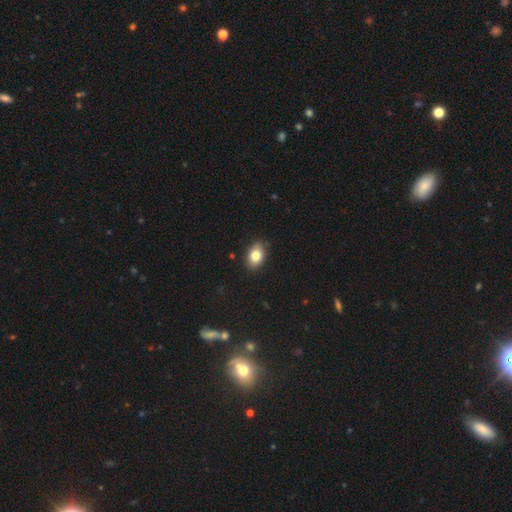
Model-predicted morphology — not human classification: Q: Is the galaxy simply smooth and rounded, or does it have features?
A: smooth — 81%.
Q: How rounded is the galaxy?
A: in between — 84%.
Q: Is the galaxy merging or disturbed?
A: none — 83%.